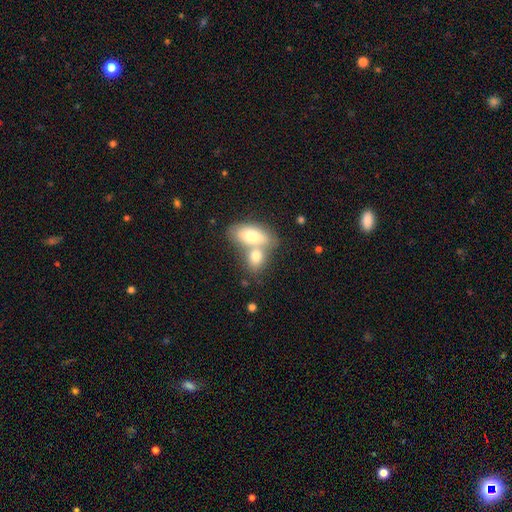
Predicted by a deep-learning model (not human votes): smooth 74%, featured or disk 20%, star or artifact 7%. Down the decision tree: how rounded — in between (81%); merging — merger (64%).